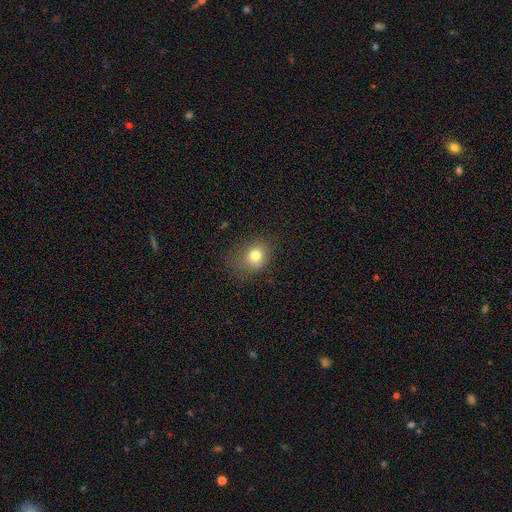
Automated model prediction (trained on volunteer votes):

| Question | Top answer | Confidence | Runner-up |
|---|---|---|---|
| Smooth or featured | smooth | 77% | star or artifact (13%) |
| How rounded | round | 59% | in between (41%) |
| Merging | none | 63% | minor disturbance (23%) |